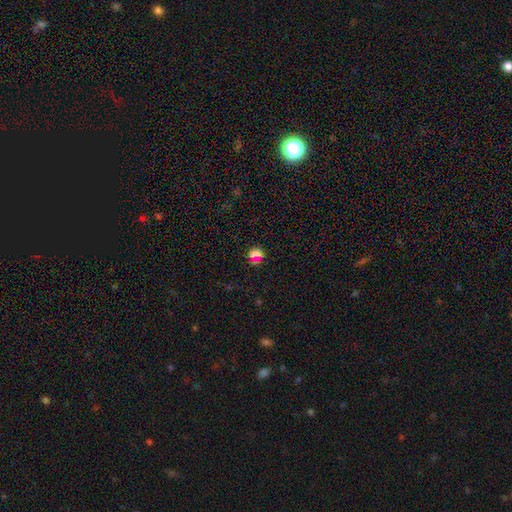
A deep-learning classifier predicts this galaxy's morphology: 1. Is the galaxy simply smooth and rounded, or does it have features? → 63% smooth, 30% star or artifact, 7% featured or disk.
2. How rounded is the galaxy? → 79% round, 19% in between, 2% cigar-shaped.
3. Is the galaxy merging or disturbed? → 78% none, 12% minor disturbance, 5% major disturbance, 5% merger.